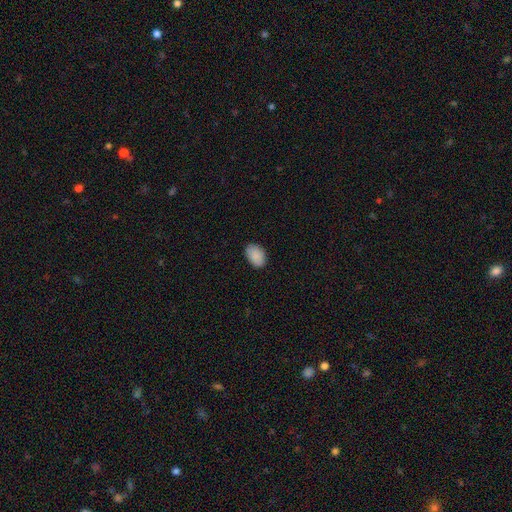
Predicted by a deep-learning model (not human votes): smooth 90%, star or artifact 7%, featured or disk 3%. Down the decision tree: how rounded — in between (85%); merging — none (86%).